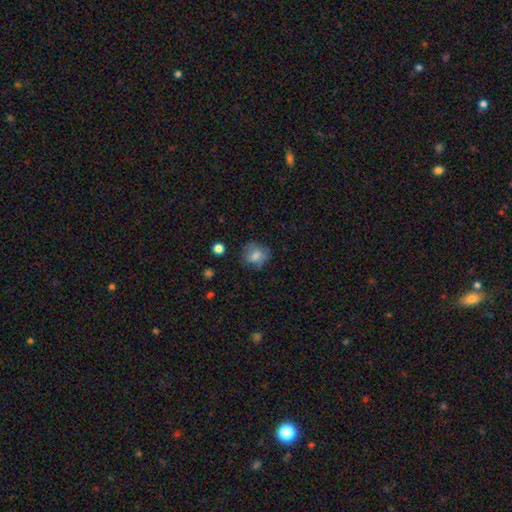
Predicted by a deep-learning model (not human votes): A smooth galaxy with no disk features (73%) that is round (73%). Merging: none (70%).